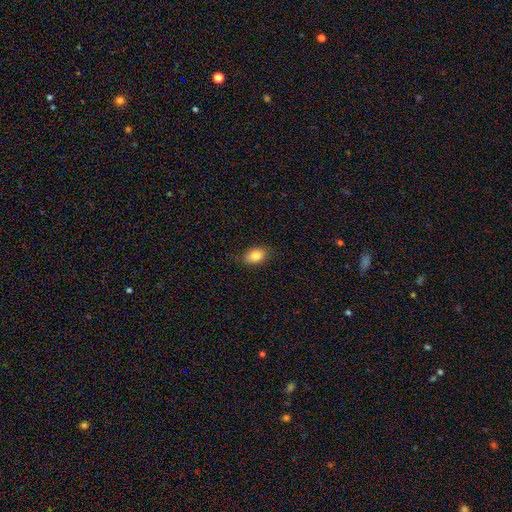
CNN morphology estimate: This appears to be a smooth galaxy with no disk features (83%) that is in between round and cigar-shaped (77%). Merging: none (81%).